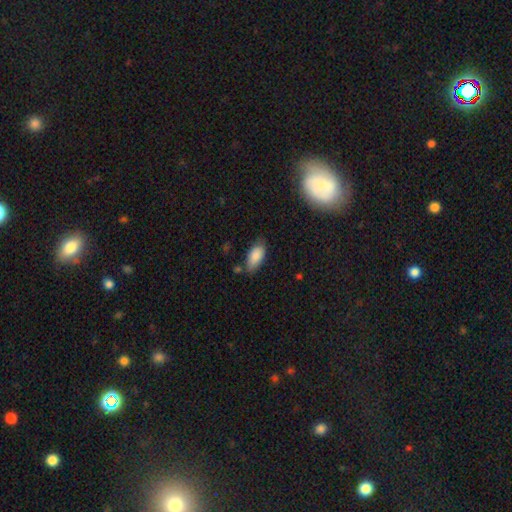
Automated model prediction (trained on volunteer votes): Smooth or featured? Predicted: smooth (p=0.86). How rounded? Predicted: in between (p=0.90). Merging? Predicted: none (p=0.69).